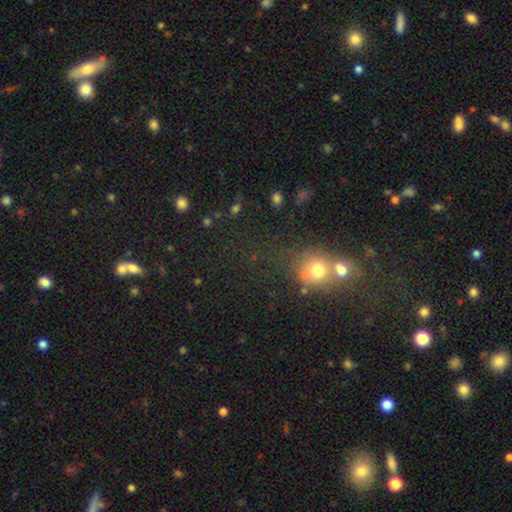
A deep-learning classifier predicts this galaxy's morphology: A smooth galaxy with no disk features (51%) that is round (78%). Merging: none (53%).